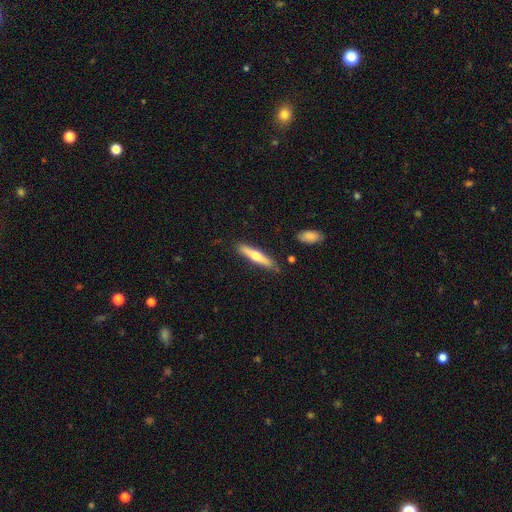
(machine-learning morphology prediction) Smooth or featured?
  - smooth: 54% *
  - featured or disk: 41%
  - star or artifact: 5%
How rounded?
  - cigar-shaped: 89% *
  - in between: 10%
  - round: 1%
Merging?
  - none: 86% *
  - minor disturbance: 10%
  - merger: 2%
  - major disturbance: 2%